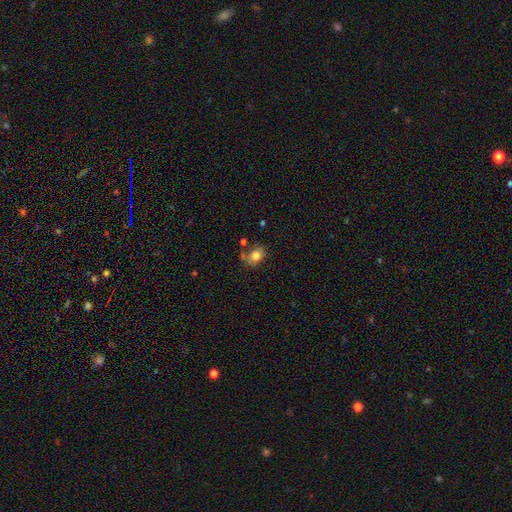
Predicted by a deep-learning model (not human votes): The model was most divided on "merging": none: 48%, minor disturbance: 24%, merger: 15%, major disturbance: 13%. More confident: smooth or featured — smooth (78%); how rounded — in between (67%).